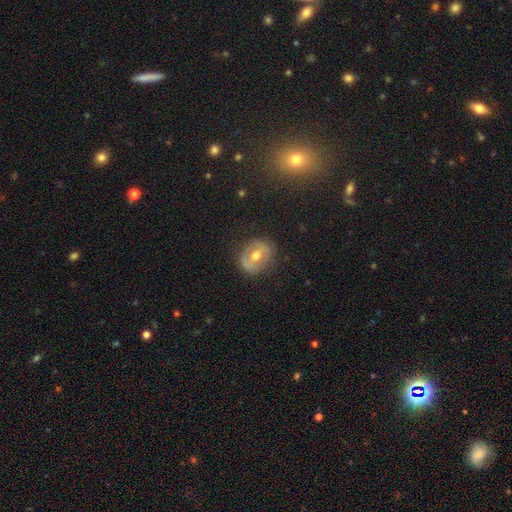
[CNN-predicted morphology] A featured or disk galaxy (54%) with no bar (41%), no spiral arms (69%) and a moderate central bulge (77%).

Vote fractions:
- Smooth or featured? featured or disk: 54% / smooth: 36% / star or artifact: 10%
- Edge-on disk? no: 94% / yes: 6%
- Bar? no: 41% / weak: 35% / strong: 24%
- Spiral arms? no: 69% / yes: 31%
- Bulge size? moderate: 77% / small: 15% / large: 6% / none: 1% / dominant: 1%
- Merging? none: 83% / minor disturbance: 12% / major disturbance: 4% / merger: 1%